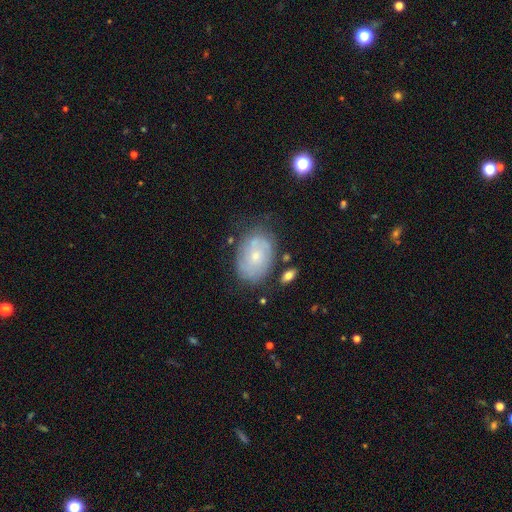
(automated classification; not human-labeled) A featured or disk galaxy (55%) with no bar (82%), spiral arms (64%) and a small central bulge (67%).

Vote fractions:
- Smooth or featured? featured or disk: 55% / smooth: 37% / star or artifact: 8%
- Edge-on disk? no: 96% / yes: 4%
- Bar? no: 82% / weak: 16% / strong: 3%
- Spiral arms? yes: 64% / no: 36%
- Bulge size? small: 67% / moderate: 29% / none: 2% / large: 1% / dominant: 1%
- Merging? none: 66% / minor disturbance: 23% / major disturbance: 8% / merger: 4%